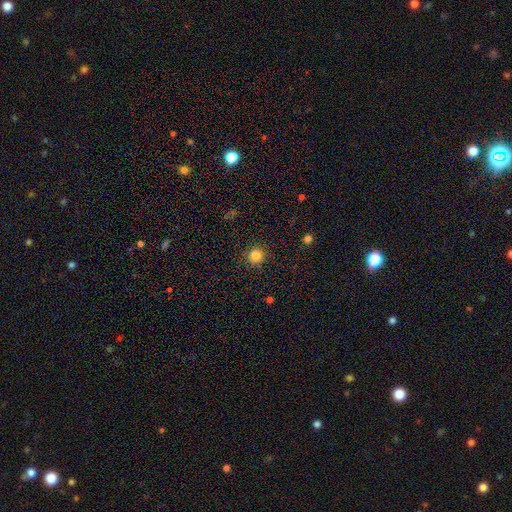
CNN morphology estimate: type=smooth (84%); roundness=round (95%); merging=none (91%).